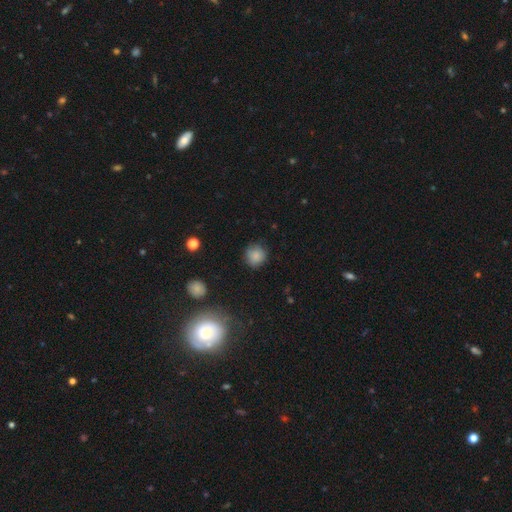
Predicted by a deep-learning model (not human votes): A smooth galaxy with no disk features (84%) that is round (90%). Merging: none (84%).